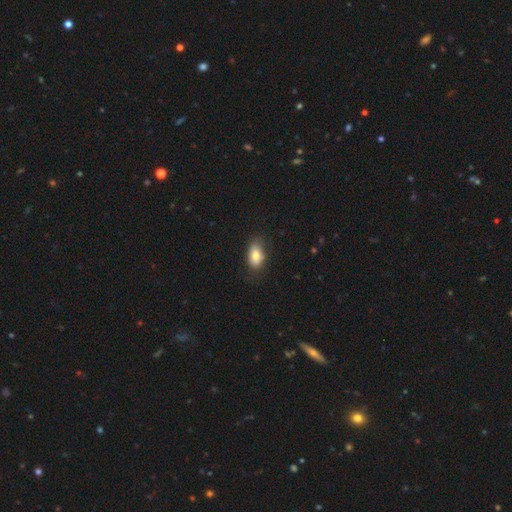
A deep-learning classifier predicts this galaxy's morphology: Smooth or featured: smooth — 77% (featured or disk — 15%)
How rounded: in between — 90% (round — 7%)
Merging: none — 72% (minor disturbance — 21%)